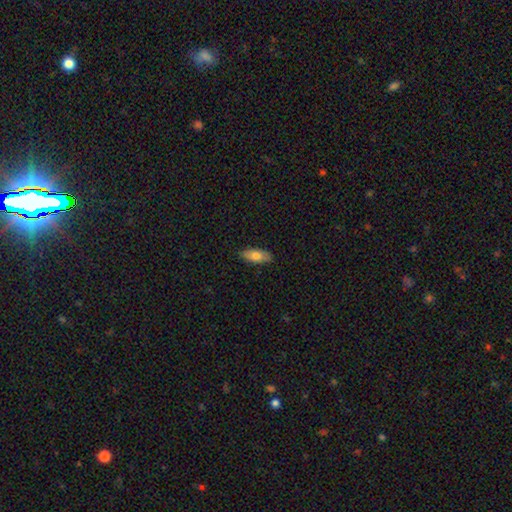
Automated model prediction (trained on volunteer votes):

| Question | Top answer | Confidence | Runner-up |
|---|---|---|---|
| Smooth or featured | smooth | 78% | featured or disk (16%) |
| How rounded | in between | 77% | cigar-shaped (20%) |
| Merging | none | 86% | minor disturbance (11%) |